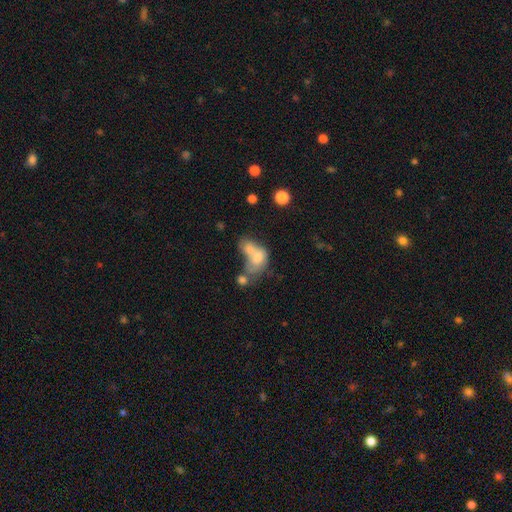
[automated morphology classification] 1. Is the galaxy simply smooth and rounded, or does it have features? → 65% smooth, 25% featured or disk, 10% star or artifact.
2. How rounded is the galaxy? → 78% in between, 20% round, 2% cigar-shaped.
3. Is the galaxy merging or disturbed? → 69% merger, 12% none, 11% major disturbance, 8% minor disturbance.